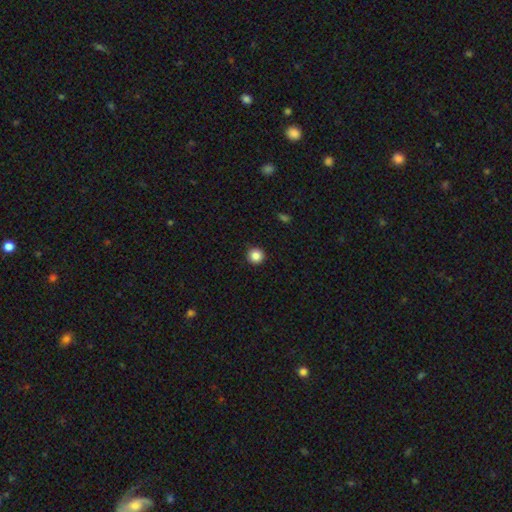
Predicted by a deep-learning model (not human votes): Smooth or featured: smooth — 86% (star or artifact — 10%)
How rounded: round — 96% (in between — 3%)
Merging: none — 93% (minor disturbance — 5%)